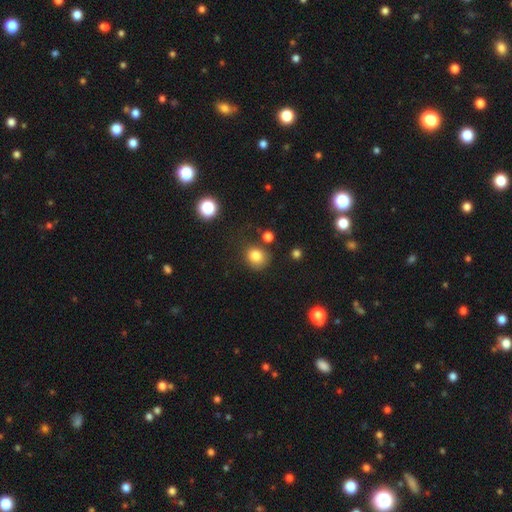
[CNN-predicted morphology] smooth 81%, star or artifact 12%, featured or disk 7%. Down the decision tree: how rounded — round (78%); merging — none (72%).